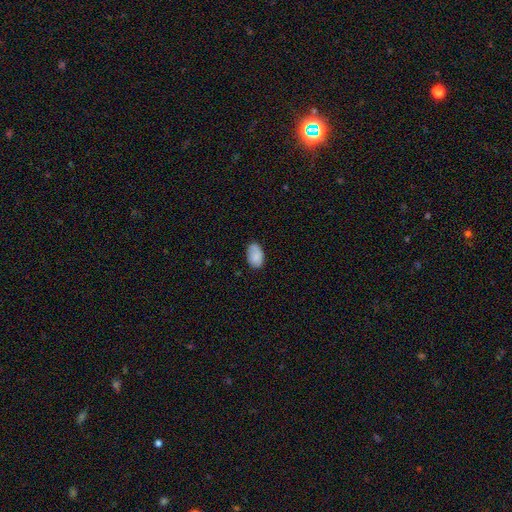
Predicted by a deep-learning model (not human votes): smooth 85%, featured or disk 7%, star or artifact 7%. Down the decision tree: how rounded — in between (91%); merging — none (76%).